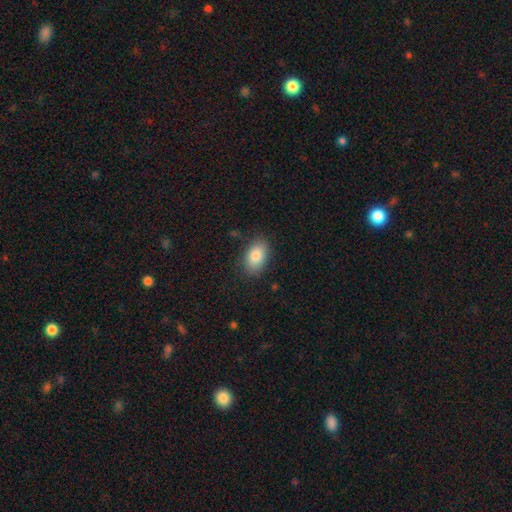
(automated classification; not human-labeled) The model was most divided on "merging": none: 82%, minor disturbance: 13%, major disturbance: 3%, merger: 1%. More confident: how rounded — in between (91%); smooth or featured — smooth (85%).